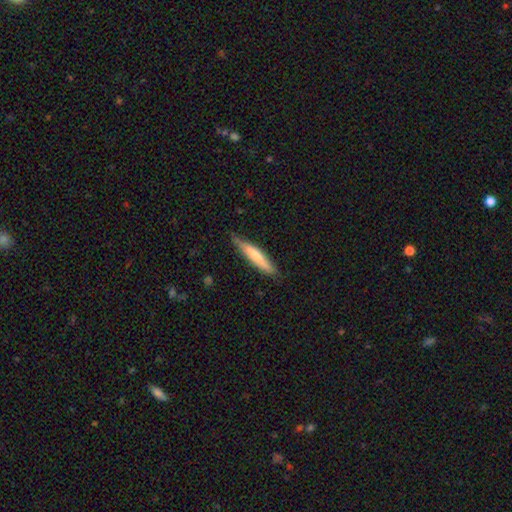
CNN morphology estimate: A smooth galaxy with no disk features (67%) that is cigar-shaped (90%).

Vote fractions:
- Smooth or featured? smooth: 67% / featured or disk: 28% / star or artifact: 5%
- How rounded? cigar-shaped: 90% / in between: 9% / round: 1%
- Merging? none: 74% / minor disturbance: 21% / major disturbance: 3% / merger: 1%